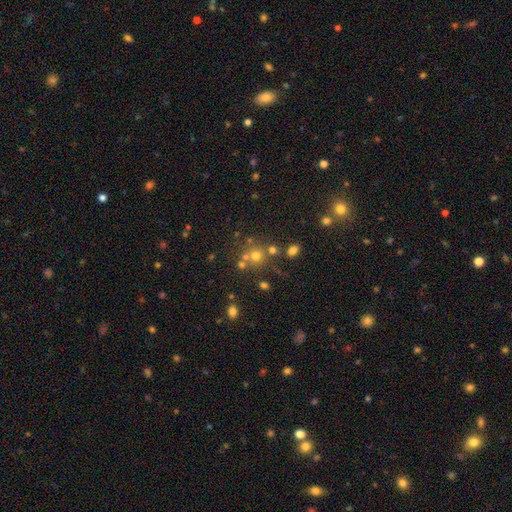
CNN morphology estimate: Smooth or featured?
  - smooth: 62% *
  - star or artifact: 24%
  - featured or disk: 14%
How rounded?
  - round: 88% *
  - in between: 11%
  - cigar-shaped: 1%
Merging?
  - none: 62% *
  - merger: 24%
  - minor disturbance: 9%
  - major disturbance: 5%